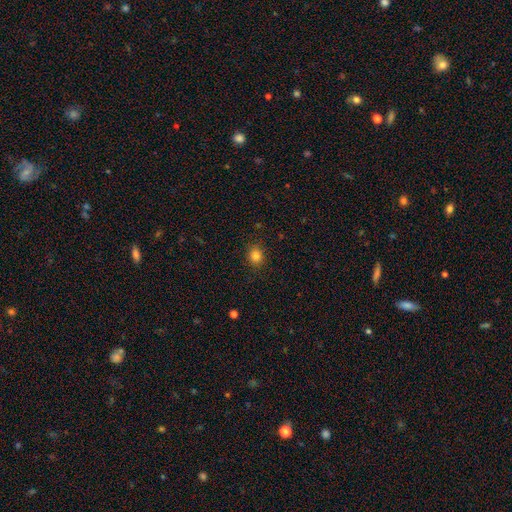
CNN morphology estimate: Smooth or featured? Predicted: smooth (p=0.82). How rounded? Predicted: round (p=0.71). Merging? Predicted: none (p=0.88).